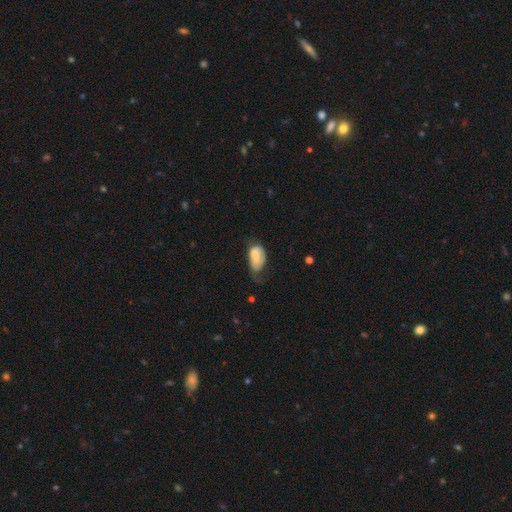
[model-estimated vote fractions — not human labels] Q: Smooth or featured?
A: smooth (71%); runner-up: featured or disk (22%)
Q: How rounded?
A: in between (92%); runner-up: round (6%)
Q: Merging?
A: minor disturbance (38%); runner-up: major disturbance (31%)